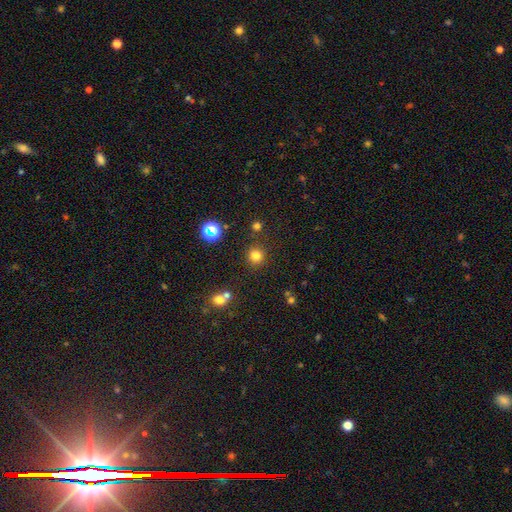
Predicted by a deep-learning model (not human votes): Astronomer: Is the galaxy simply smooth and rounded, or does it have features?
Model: smooth — 78%.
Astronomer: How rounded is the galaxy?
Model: round — 93%.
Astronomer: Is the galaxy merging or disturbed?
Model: none — 87%.